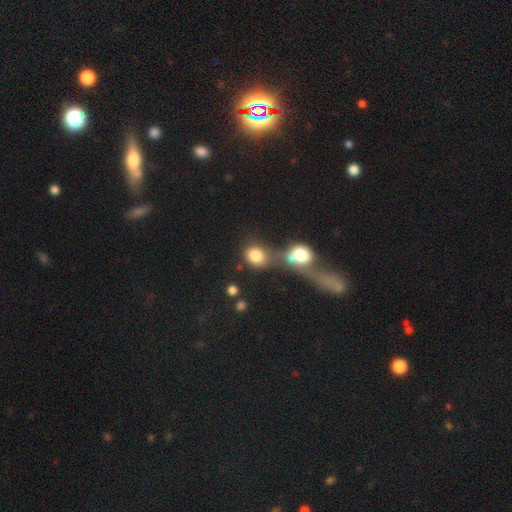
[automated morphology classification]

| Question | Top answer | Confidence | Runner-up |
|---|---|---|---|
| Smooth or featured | smooth | 79% | featured or disk (11%) |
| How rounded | round | 65% | in between (34%) |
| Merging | merger | 56% | none (26%) |